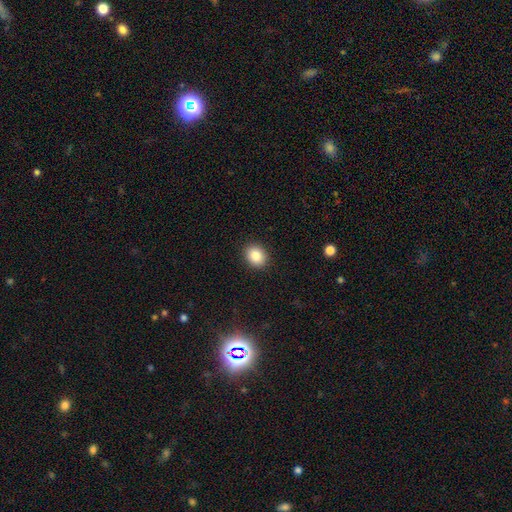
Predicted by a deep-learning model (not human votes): This appears to be a smooth galaxy with no disk features (86%) that is round (56%). Merging: none (91%).